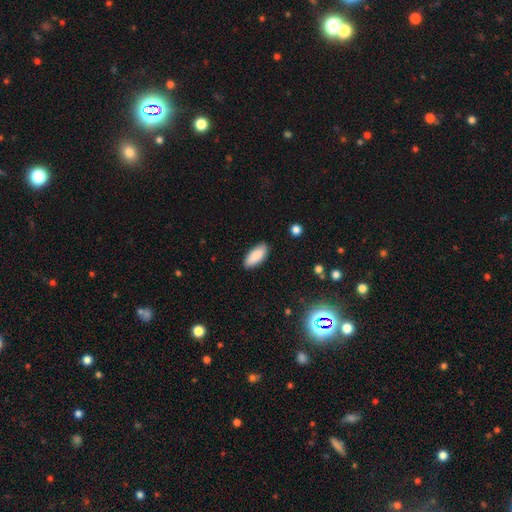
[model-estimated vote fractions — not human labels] This is clearly a smooth galaxy (87%). How rounded: clearly in between (86%). Merging: clearly none (87%).